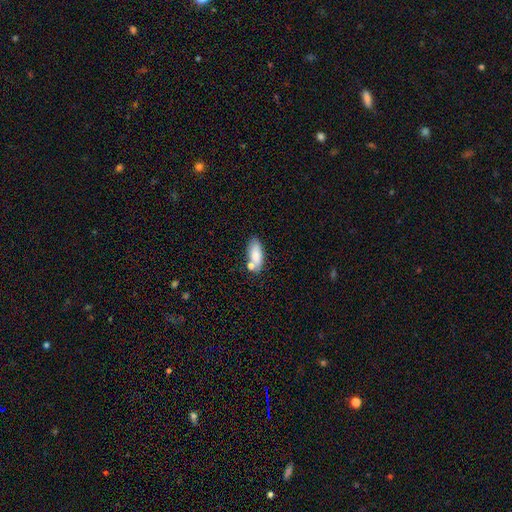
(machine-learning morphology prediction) Smooth or featured? Predicted: smooth (p=0.79). How rounded? Predicted: in between (p=0.82). Merging? Predicted: none (p=0.64).